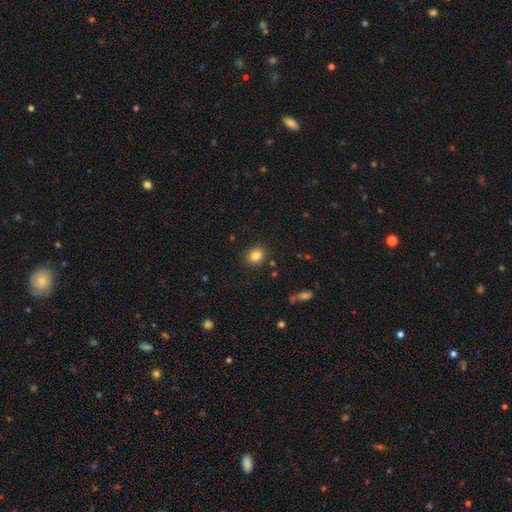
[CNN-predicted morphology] Overall: smooth (83%). How rounded: round (72%). Merging: none (87%).